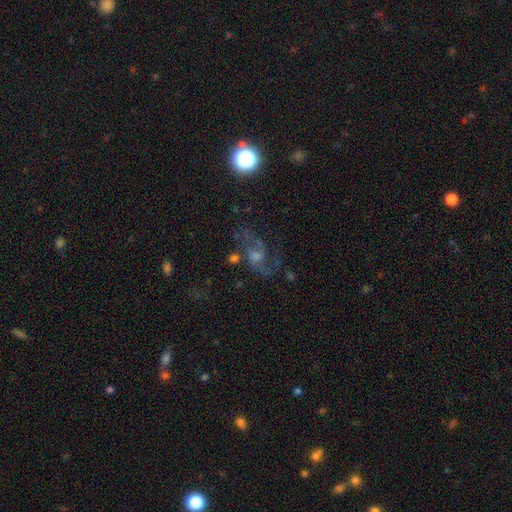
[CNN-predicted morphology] A featured or disk galaxy (69%) with no bar (58%), 2 (78%) loose (49%) spiral arms (87%) and a moderate central bulge (41%). Merging: none (55%).